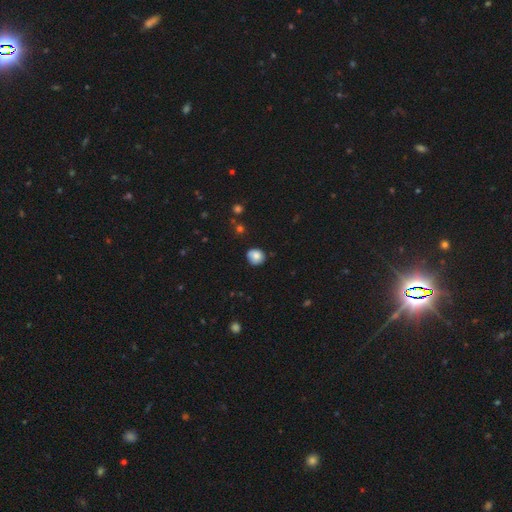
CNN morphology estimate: Smooth or featured? Predicted: smooth (p=0.80). How rounded? Predicted: round (p=0.82). Merging? Predicted: none (p=0.74).